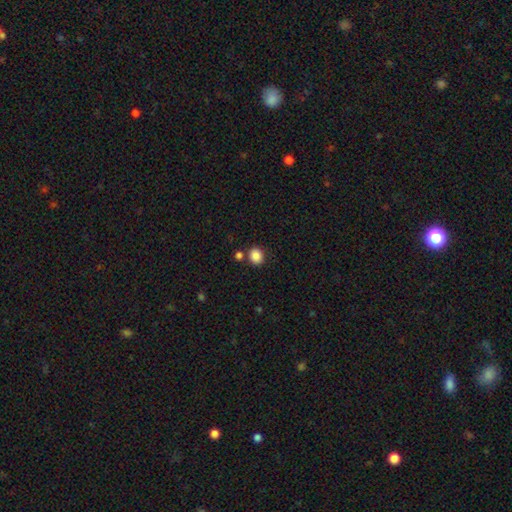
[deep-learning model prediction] The model was most divided on "how rounded": round: 70%, in between: 29%, cigar-shaped: 1%. More confident: smooth or featured — smooth (86%); merging — none (78%).